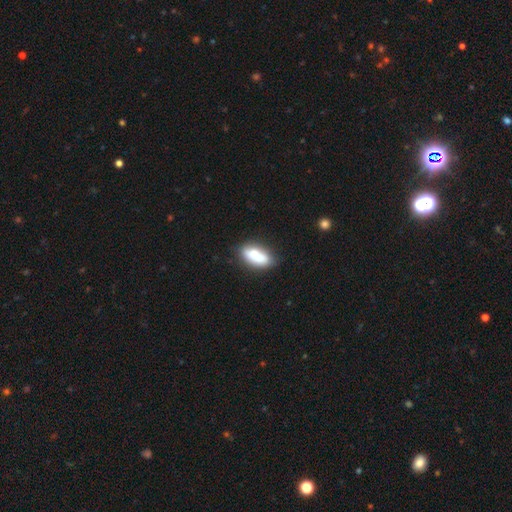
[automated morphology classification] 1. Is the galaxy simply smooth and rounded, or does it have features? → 66% smooth, 26% featured or disk, 7% star or artifact.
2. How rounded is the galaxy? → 87% in between, 7% cigar-shaped, 5% round.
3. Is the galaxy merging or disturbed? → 49% none, 24% merger, 20% minor disturbance, 7% major disturbance.